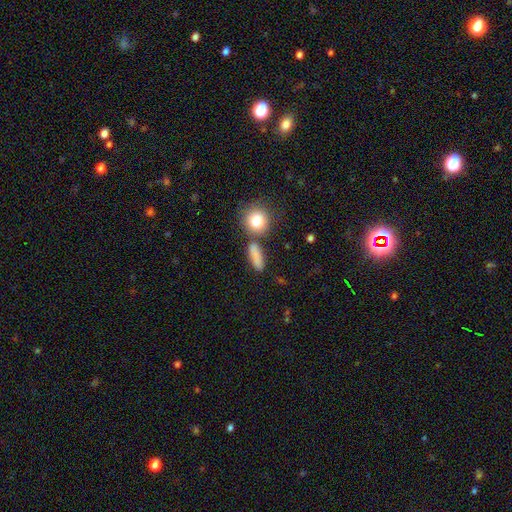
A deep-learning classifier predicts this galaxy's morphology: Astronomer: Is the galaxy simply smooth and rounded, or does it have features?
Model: smooth — 83%.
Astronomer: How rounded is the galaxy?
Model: in between — 46% (runner-up: cigar-shaped, 36%).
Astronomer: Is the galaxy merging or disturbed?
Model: none — 71%.